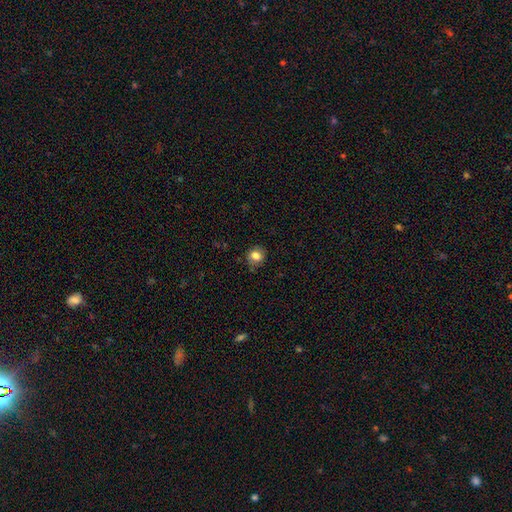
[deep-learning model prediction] smooth-or-featured: smooth: 82% | star or artifact: 10% | featured or disk: 8%
  how-rounded: round: 82% | in between: 17% | cigar-shaped: 1%
  merging: none: 84% | minor disturbance: 12% | major disturbance: 3% | merger: 1%